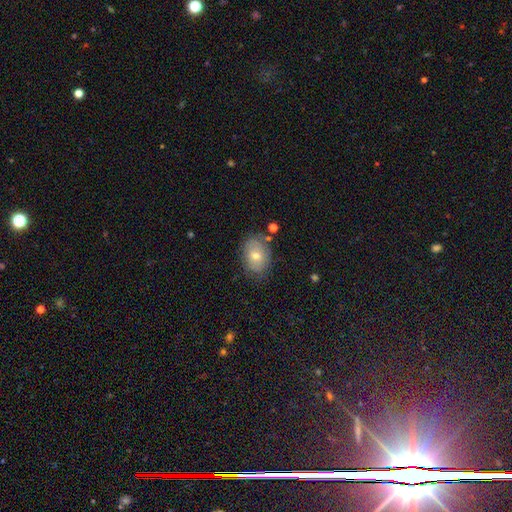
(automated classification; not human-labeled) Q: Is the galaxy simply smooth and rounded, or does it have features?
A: smooth — 63%.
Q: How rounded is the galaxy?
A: in between — 74%.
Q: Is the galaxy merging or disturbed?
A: none — 72%.